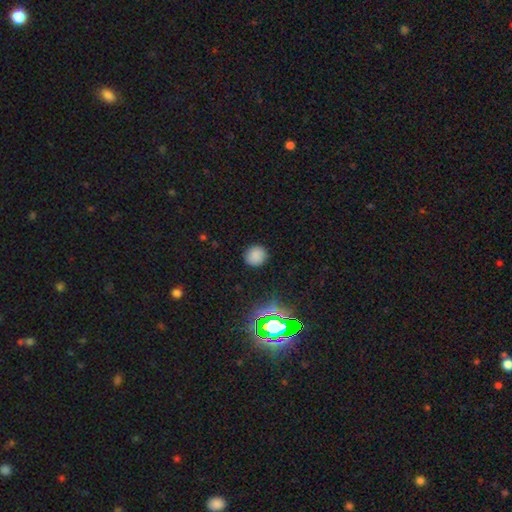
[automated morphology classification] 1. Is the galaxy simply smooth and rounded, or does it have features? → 80% smooth, 16% star or artifact, 5% featured or disk.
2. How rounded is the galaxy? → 89% round, 10% in between, 1% cigar-shaped.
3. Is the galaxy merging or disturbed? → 88% none, 8% minor disturbance, 2% major disturbance, 1% merger.